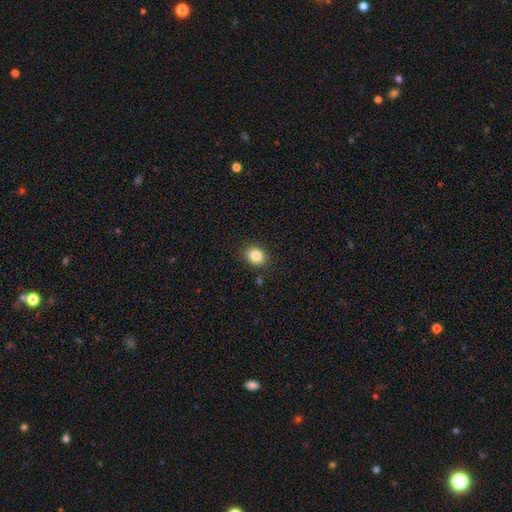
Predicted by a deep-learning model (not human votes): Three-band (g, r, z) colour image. It shows a smooth galaxy with no disk features (85%) that is in between round and cigar-shaped (50%). Merging: none (88%).